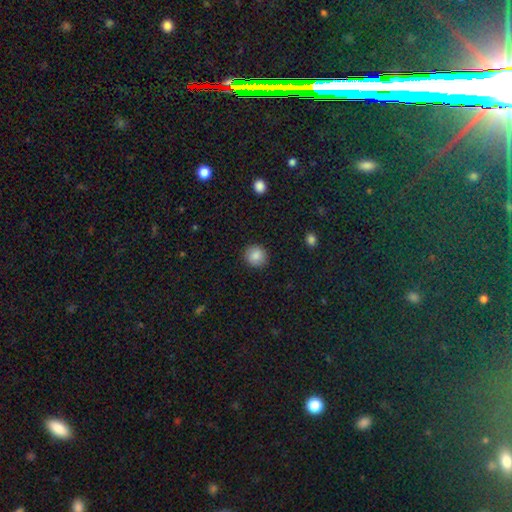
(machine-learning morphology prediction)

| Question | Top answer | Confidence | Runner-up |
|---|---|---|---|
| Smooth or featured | smooth | 86% | star or artifact (8%) |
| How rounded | round | 91% | in between (8%) |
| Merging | none | 91% | minor disturbance (6%) |